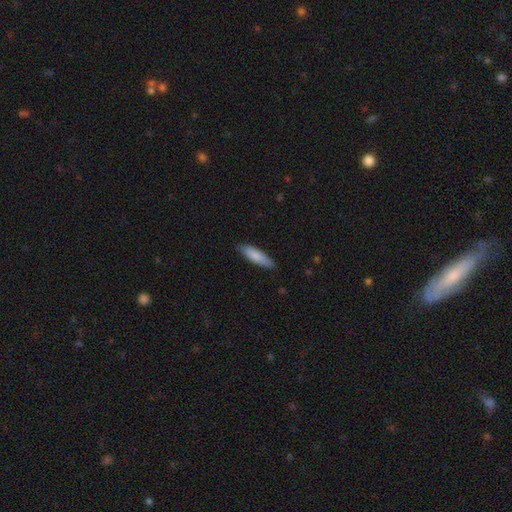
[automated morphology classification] This is clearly a smooth galaxy (82%). How rounded: likely cigar-shaped (64%). Merging: clearly none (84%).